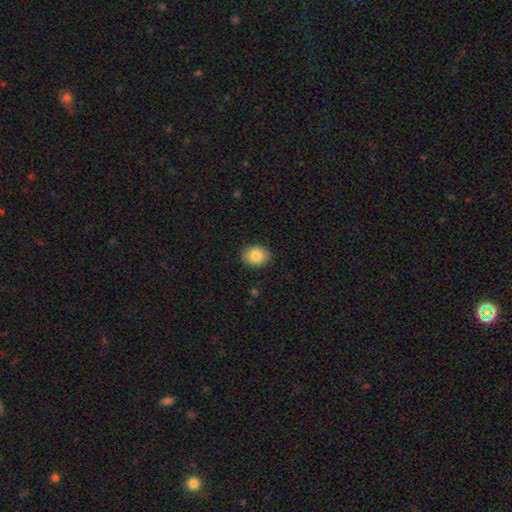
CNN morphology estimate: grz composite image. It shows a smooth galaxy with no disk features (85%) that is round (52%). Merging: none (89%).